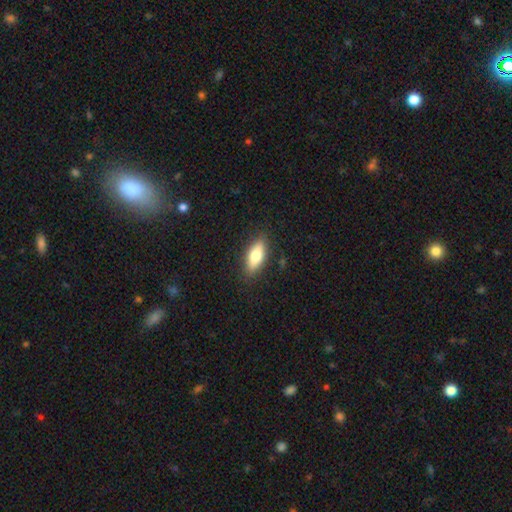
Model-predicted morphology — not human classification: Smooth or featured? Predicted: smooth (p=0.74). How rounded? Predicted: in between (p=0.76). Merging? Predicted: none (p=0.86).